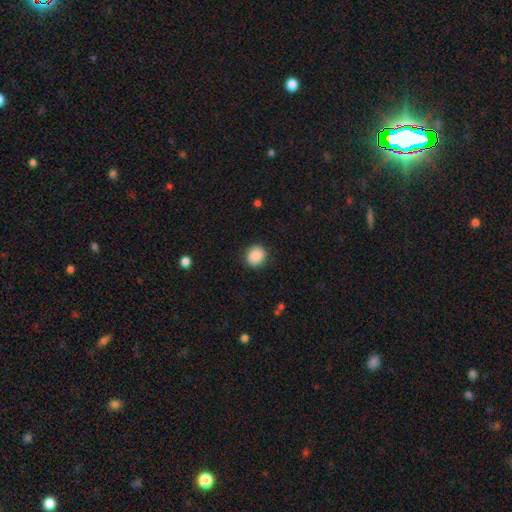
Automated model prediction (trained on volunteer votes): smooth_or_featured: smooth (p=0.87) [alt: star or artifact p=0.08]
how_rounded: round (p=0.82) [alt: in between p=0.17]
merging: none (p=0.87) [alt: minor disturbance p=0.10]